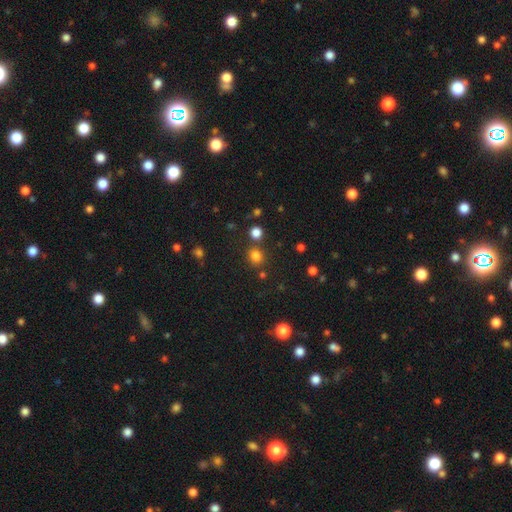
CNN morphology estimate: This appears to be a smooth galaxy with no disk features (78%) that is round (79%). Merging: none (79%).